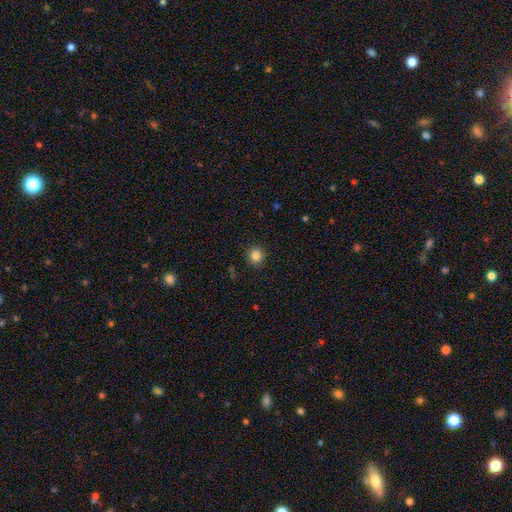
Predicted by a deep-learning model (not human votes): Morphology: type=smooth (84%); roundness=round (93%); merging=none (91%).